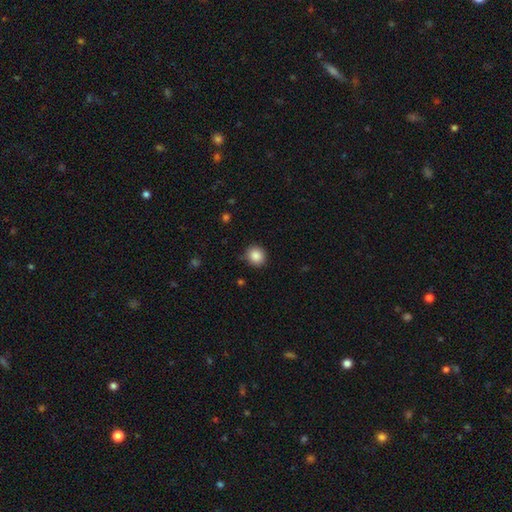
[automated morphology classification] Smooth or featured? Predicted: smooth (p=0.87). How rounded? Predicted: round (p=0.84). Merging? Predicted: none (p=0.85).